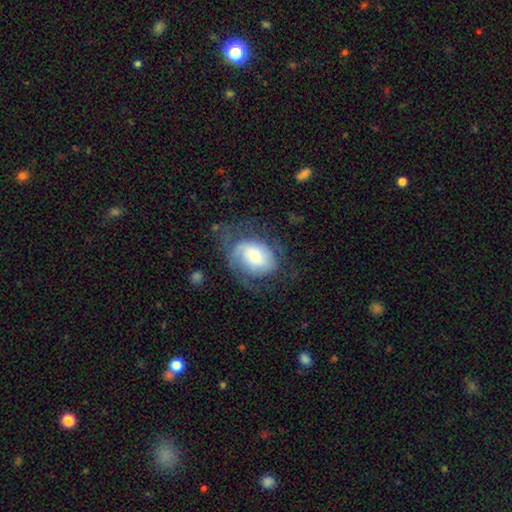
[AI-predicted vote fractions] featured or disk 59%, smooth 34%, star or artifact 7%. Down the decision tree: edge-on disk — no (97%); bar — no (61%); spiral arms — yes (84%); bulge size — moderate (32%); merging — none (47%).